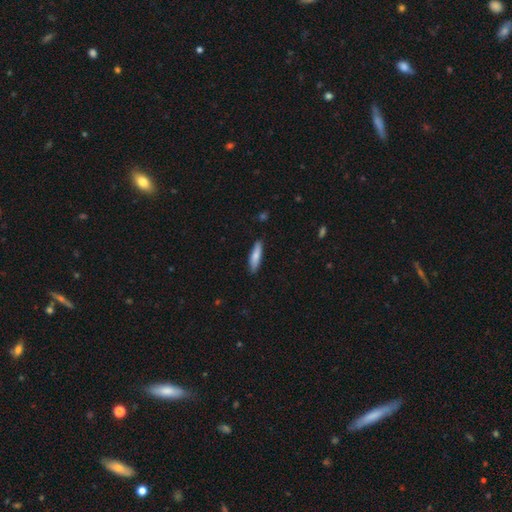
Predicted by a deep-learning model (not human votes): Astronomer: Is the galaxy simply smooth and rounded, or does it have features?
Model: smooth — 77%.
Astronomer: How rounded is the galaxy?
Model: cigar-shaped — 74%.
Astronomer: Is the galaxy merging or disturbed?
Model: none — 87%.